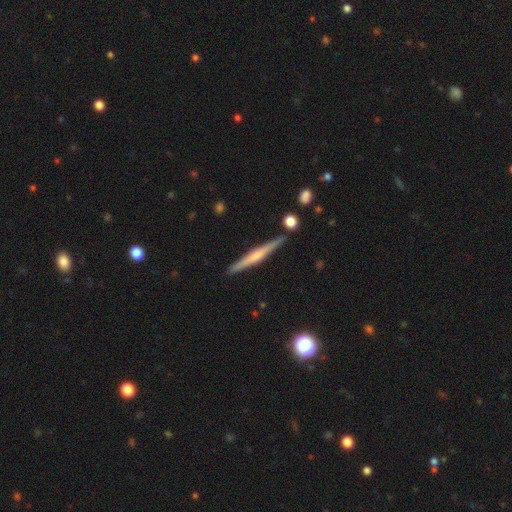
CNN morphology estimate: A featured or disk galaxy (64%) viewed edge-on (98%) with a rounded central bulge (60%).

Vote fractions:
- Smooth or featured? featured or disk: 64% / smooth: 30% / star or artifact: 6%
- Edge-on disk? yes: 98% / no: 2%
- Edge-on bulge? rounded: 60% / none: 26% / boxy: 13%
- Merging? none: 88% / minor disturbance: 7% / merger: 3% / major disturbance: 2%